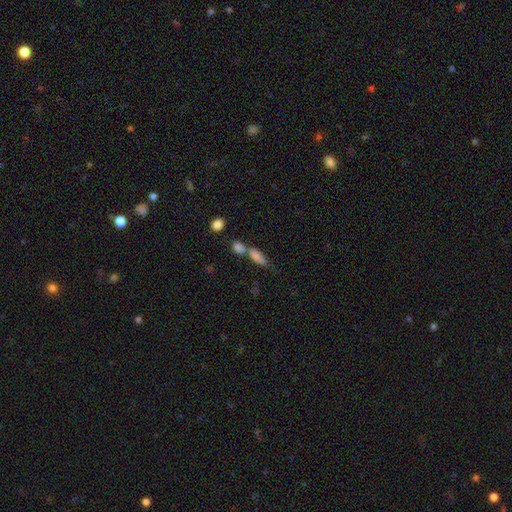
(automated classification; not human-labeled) Smooth or featured?
  - smooth: 74% *
  - featured or disk: 14%
  - star or artifact: 12%
How rounded?
  - in between: 58% *
  - cigar-shaped: 36%
  - round: 6%
Merging?
  - merger: 49% *
  - none: 35%
  - minor disturbance: 10%
  - major disturbance: 6%